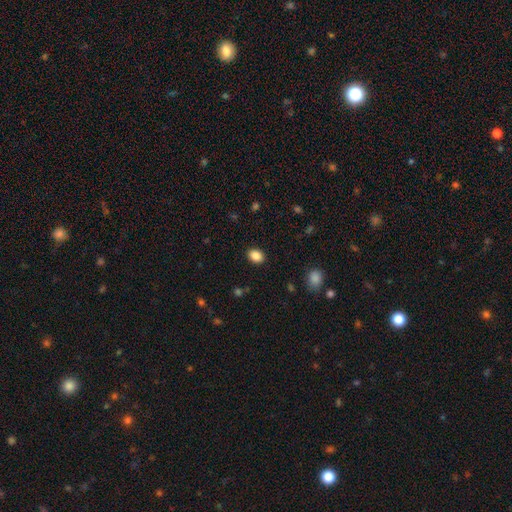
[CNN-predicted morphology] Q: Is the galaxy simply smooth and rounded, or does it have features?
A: smooth — 87%.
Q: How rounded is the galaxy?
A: in between — 66%.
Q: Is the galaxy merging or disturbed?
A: none — 89%.